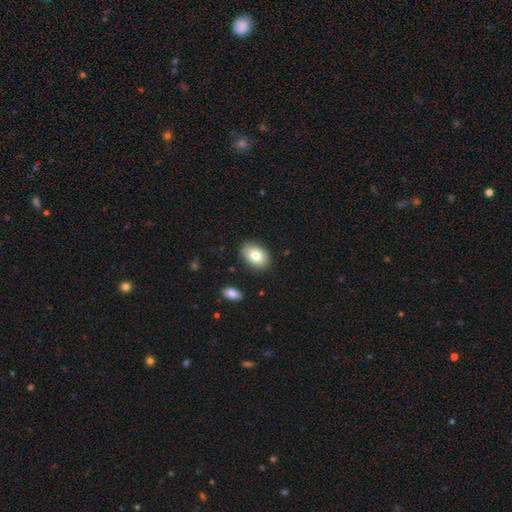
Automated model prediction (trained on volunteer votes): This is likely a smooth galaxy (79%). How rounded: clearly in between (86%). Merging: clearly none (86%).